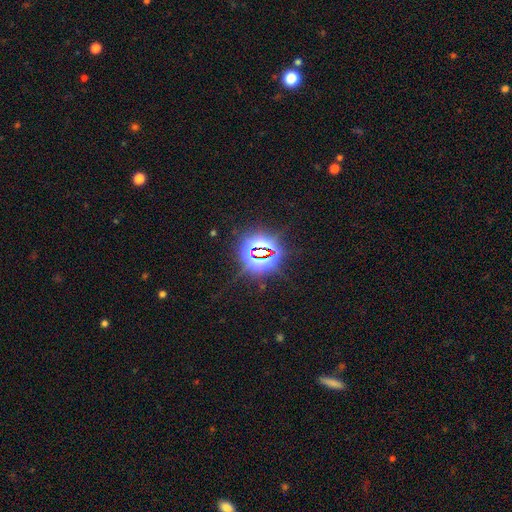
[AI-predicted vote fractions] Q: Smooth or featured?
A: star or artifact (83%); runner-up: smooth (10%)